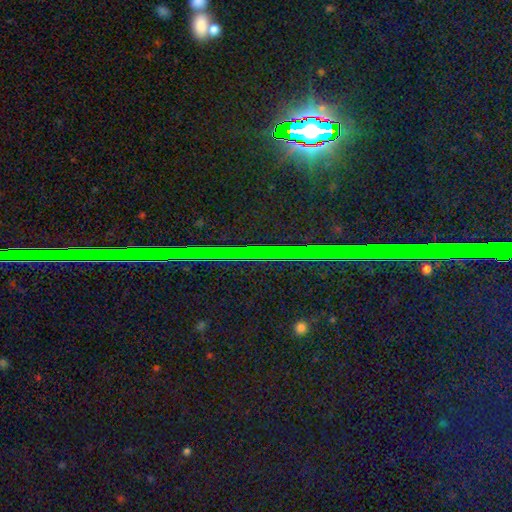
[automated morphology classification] This appears to be a star or artifact, not a galaxy (85%).